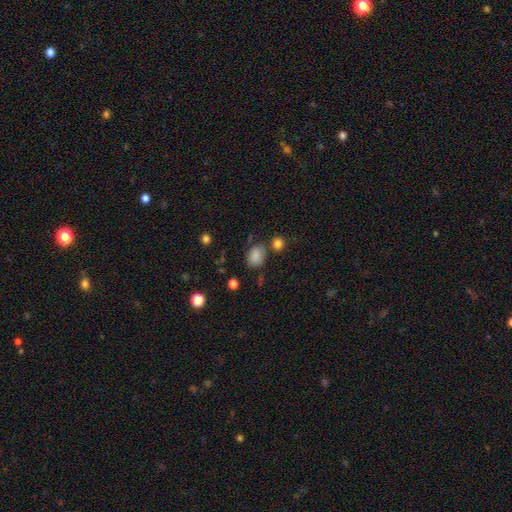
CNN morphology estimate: Smooth or featured? Predicted: smooth (p=0.83). How rounded? Predicted: in between (p=0.59). Merging? Predicted: none (p=0.66).